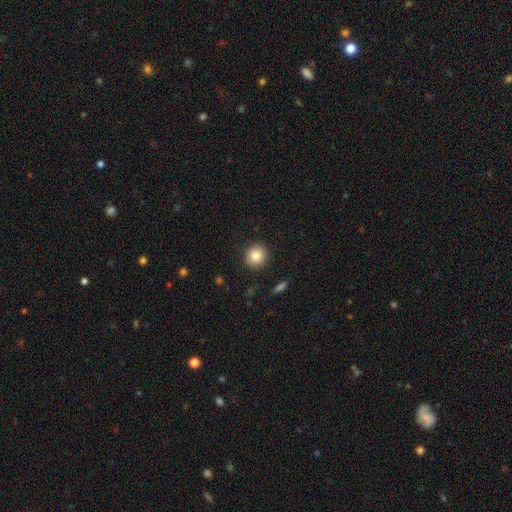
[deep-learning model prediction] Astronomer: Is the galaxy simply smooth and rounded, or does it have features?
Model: smooth — 84%.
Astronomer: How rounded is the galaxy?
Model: round — 89%.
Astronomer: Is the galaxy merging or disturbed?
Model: none — 91%.